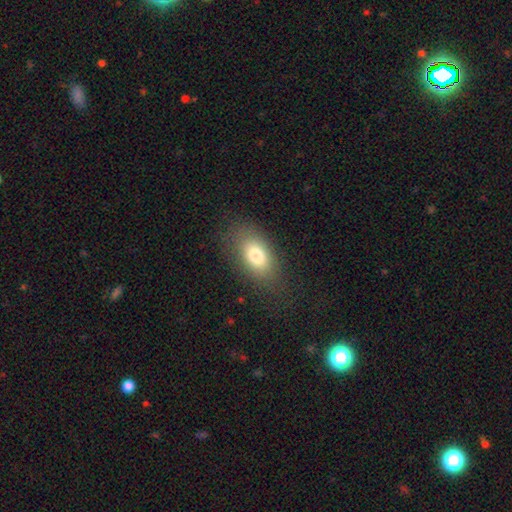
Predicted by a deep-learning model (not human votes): smooth-or-featured: smooth: 78% | featured or disk: 13% | star or artifact: 9%
  how-rounded: in between: 89% | round: 8% | cigar-shaped: 3%
  merging: none: 79% | minor disturbance: 13% | major disturbance: 7% | merger: 1%